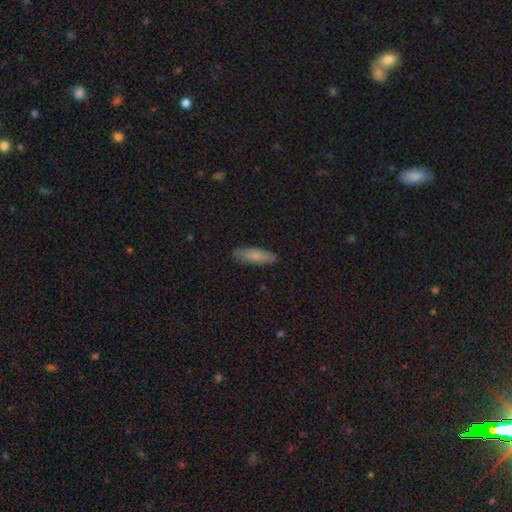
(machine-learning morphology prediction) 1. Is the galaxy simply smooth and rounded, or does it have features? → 76% smooth, 18% featured or disk, 6% star or artifact.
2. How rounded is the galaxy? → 53% cigar-shaped, 45% in between, 2% round.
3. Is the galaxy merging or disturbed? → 85% none, 12% minor disturbance, 2% major disturbance, 1% merger.